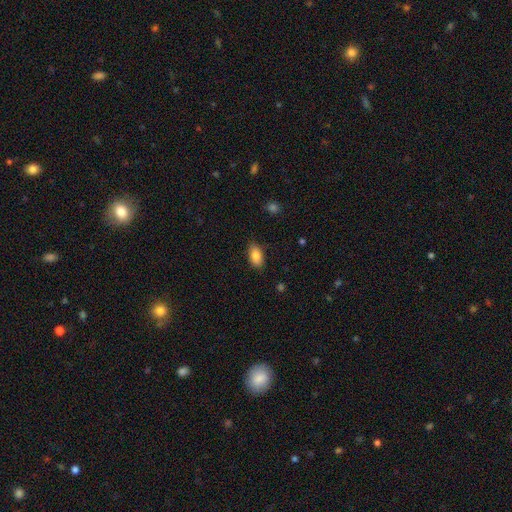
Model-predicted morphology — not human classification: smooth 85%, featured or disk 8%, star or artifact 7%. Down the decision tree: how rounded — in between (91%); merging — none (85%).